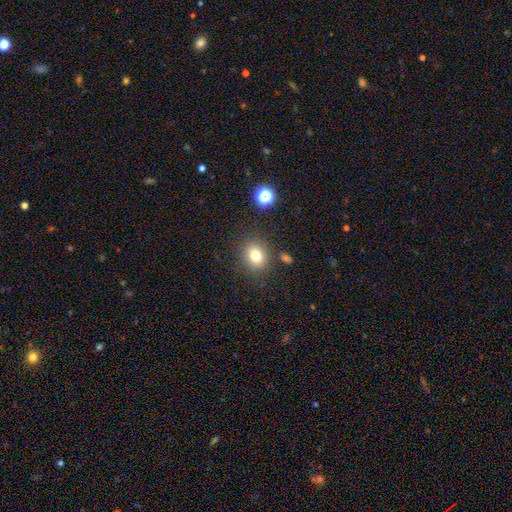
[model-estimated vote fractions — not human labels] Smooth or featured? Predicted: smooth (p=0.78). How rounded? Predicted: round (p=0.63). Merging? Predicted: none (p=0.83).